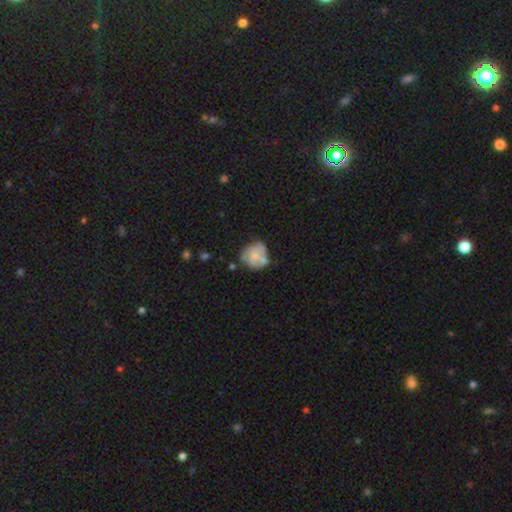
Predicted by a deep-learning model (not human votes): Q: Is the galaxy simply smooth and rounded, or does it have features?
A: featured or disk — 53%.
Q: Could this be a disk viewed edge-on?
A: no — 98%.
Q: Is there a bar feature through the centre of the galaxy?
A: no — 82%.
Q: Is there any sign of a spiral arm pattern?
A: no — 54%.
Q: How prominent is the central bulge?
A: small — 43%.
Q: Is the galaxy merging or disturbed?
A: none — 46%.